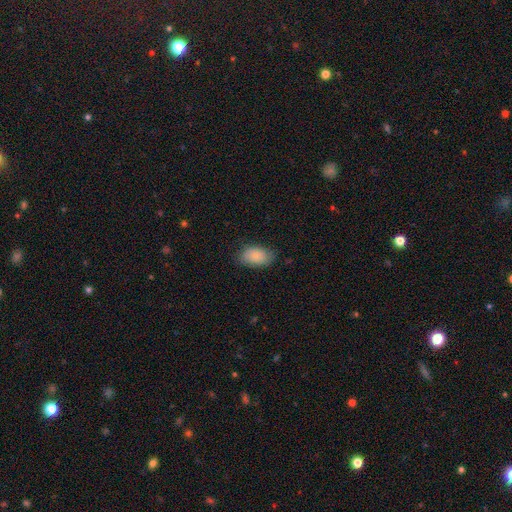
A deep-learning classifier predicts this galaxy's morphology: A smooth galaxy with no disk features (84%) that is in between round and cigar-shaped (91%).

Vote fractions:
- Smooth or featured? smooth: 84% / featured or disk: 10% / star or artifact: 7%
- How rounded? in between: 91% / round: 7% / cigar-shaped: 1%
- Merging? none: 77% / minor disturbance: 18% / major disturbance: 4% / merger: 1%